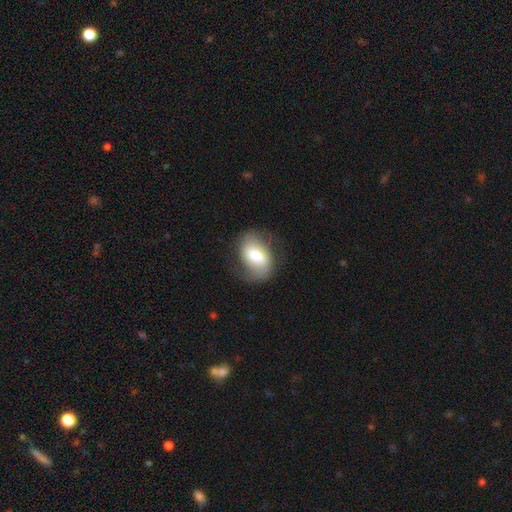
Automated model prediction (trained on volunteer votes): Smooth or featured?
  - smooth: 56% *
  - featured or disk: 37%
  - star or artifact: 7%
How rounded?
  - in between: 79% *
  - round: 20%
  - cigar-shaped: 1%
Merging?
  - none: 67% *
  - minor disturbance: 21%
  - major disturbance: 11%
  - merger: 1%